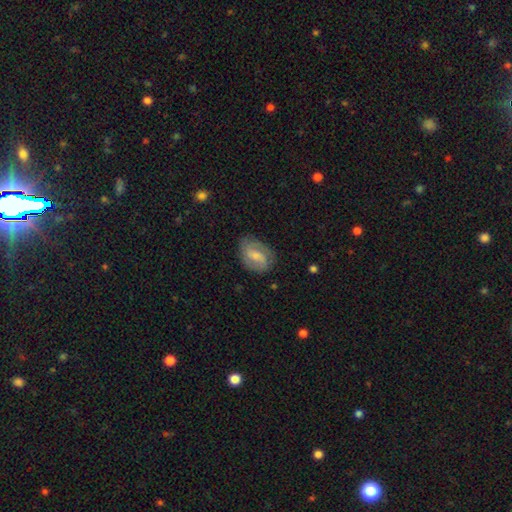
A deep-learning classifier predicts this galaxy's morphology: type=featured or disk (63%); edge-on=no (97%); bar=weak (51%); spiral arms=yes (87%); winding=medium (44%); arm count=2 (71%); bulge=small (54%); merging=none (74%).